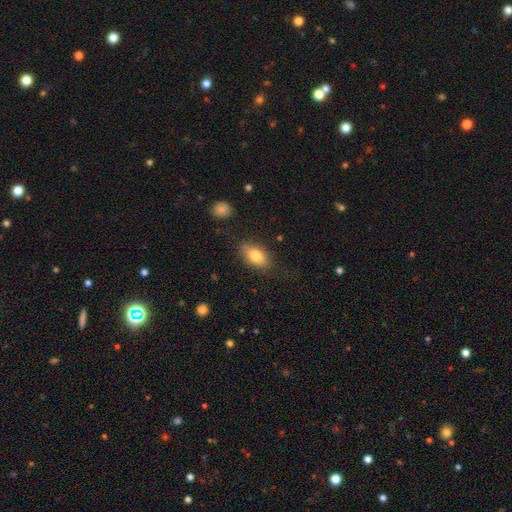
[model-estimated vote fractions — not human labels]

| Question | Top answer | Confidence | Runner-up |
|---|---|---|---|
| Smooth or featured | smooth | 80% | featured or disk (12%) |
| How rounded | in between | 89% | round (7%) |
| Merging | none | 75% | minor disturbance (17%) |